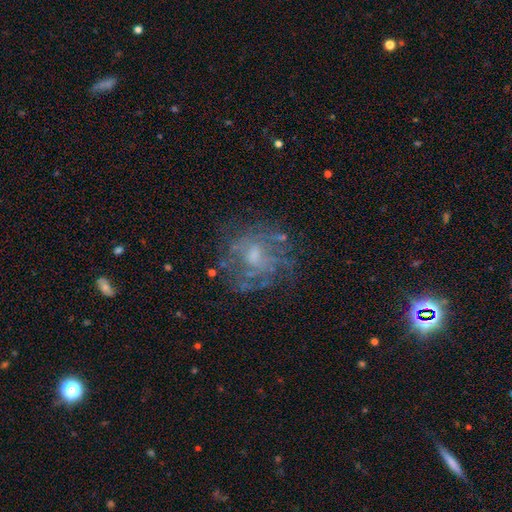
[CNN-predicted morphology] This is likely a featured or disk galaxy (66%). It is clearly not viewed edge-on (97%). Bar: likely no (68%). Spiral arm pattern: possibly yes (57%). Central bulge: possibly moderate (46%). Merging: likely none (67%).